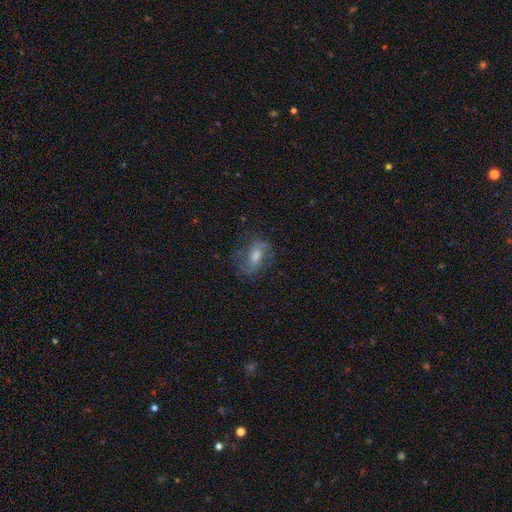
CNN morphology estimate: Smooth or featured: featured or disk — 57% (smooth — 31%)
Edge-on disk: no — 93% (yes — 7%)
Bar: weak — 43% (no — 37%)
Spiral arms: yes — 81% (no — 19%)
Bulge size: moderate — 54% (small — 22%)
Merging: none — 67% (minor disturbance — 20%)